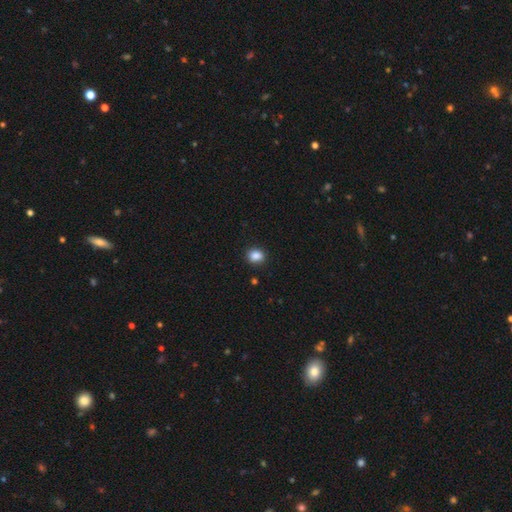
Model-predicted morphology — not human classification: smooth_or_featured: smooth (p=0.87) [alt: star or artifact p=0.10]
how_rounded: round (p=0.58) [alt: in between p=0.41]
merging: none (p=0.88) [alt: minor disturbance p=0.09]